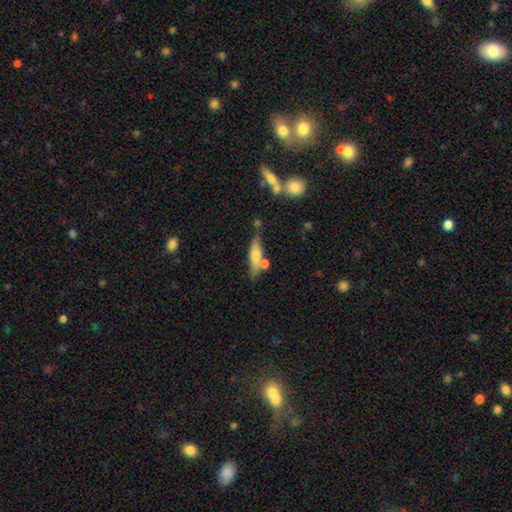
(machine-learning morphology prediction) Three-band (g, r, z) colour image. It shows a smooth galaxy with no disk features (66%) that is cigar-shaped (65%). Merging: none (64%).